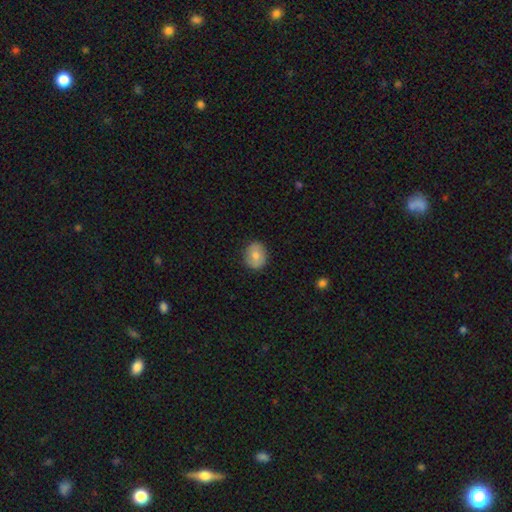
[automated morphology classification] Smooth or featured? Predicted: smooth (p=0.72). How rounded? Predicted: round (p=0.67). Merging? Predicted: none (p=0.84).